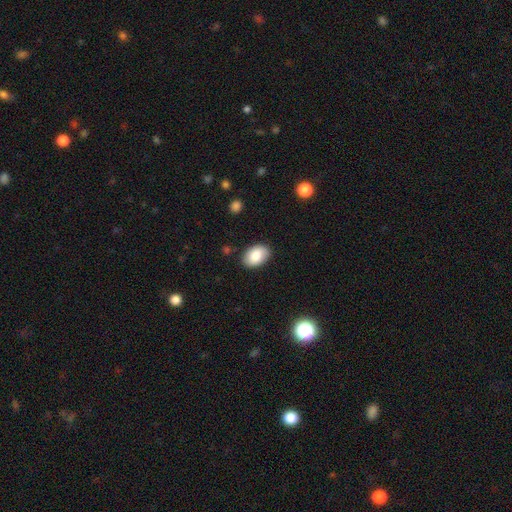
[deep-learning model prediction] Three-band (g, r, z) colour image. It shows a smooth galaxy with no disk features (85%) that is in between round and cigar-shaped (89%). Merging: none (86%).